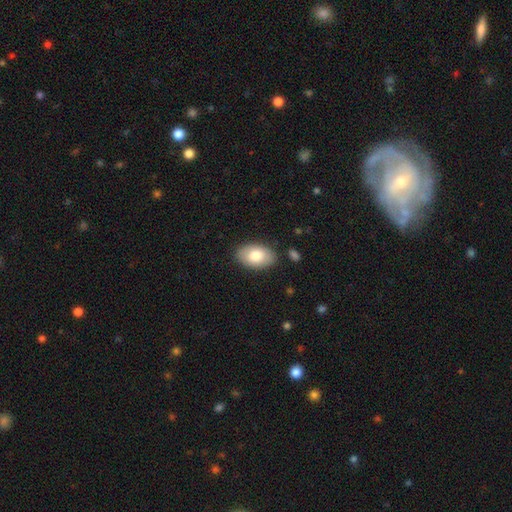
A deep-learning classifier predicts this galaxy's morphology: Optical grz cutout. It shows a smooth galaxy with no disk features (79%) that is in between round and cigar-shaped (93%). Merging: none (85%).